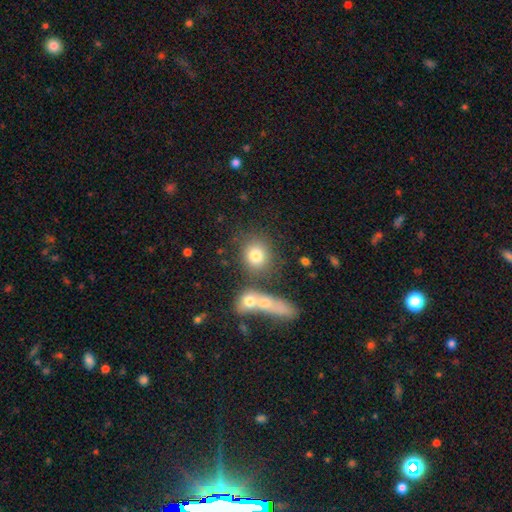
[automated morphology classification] The model was most divided on "merging": none: 67%, merger: 17%, minor disturbance: 11%, major disturbance: 5%. More confident: smooth or featured — smooth (77%); how rounded — round (74%).